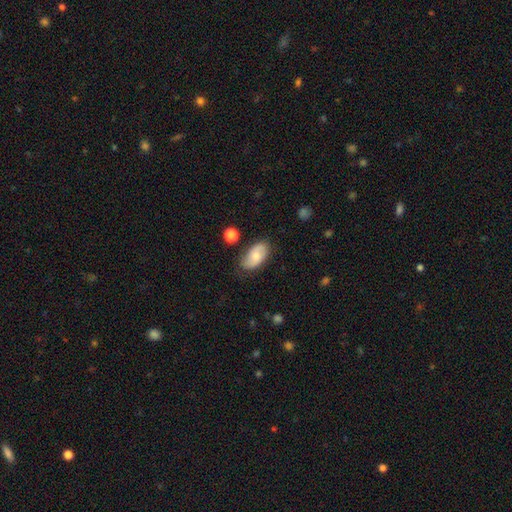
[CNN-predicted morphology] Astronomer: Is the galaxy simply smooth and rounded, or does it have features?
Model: smooth — 62%.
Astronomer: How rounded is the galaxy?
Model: in between — 93%.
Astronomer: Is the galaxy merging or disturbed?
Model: none — 76%.